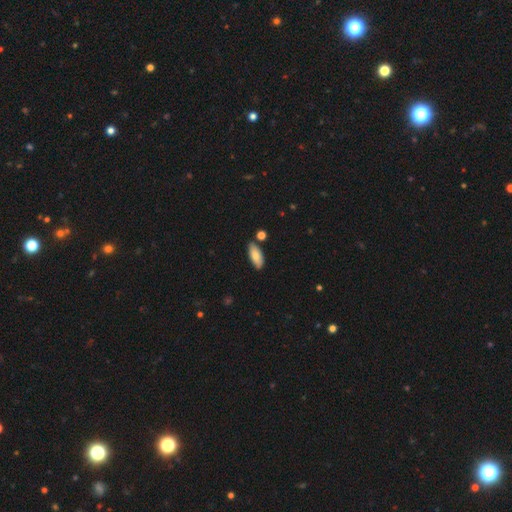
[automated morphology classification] This is clearly a smooth galaxy (80%). How rounded: clearly in between (83%). Merging: likely none (79%).